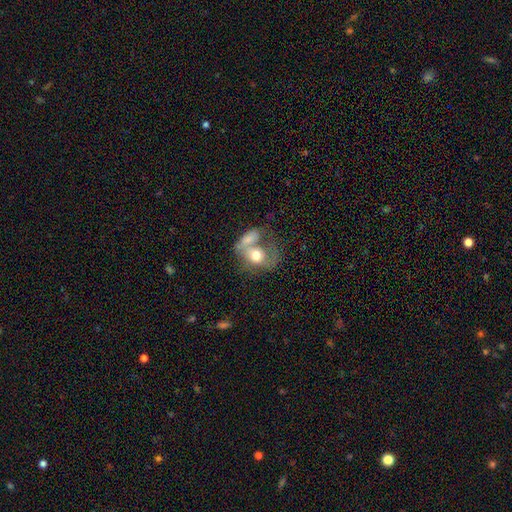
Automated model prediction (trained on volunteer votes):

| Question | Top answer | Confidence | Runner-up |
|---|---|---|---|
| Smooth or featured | smooth | 54% | featured or disk (38%) |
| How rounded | in between | 62% | round (36%) |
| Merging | merger | 63% | none (15%) |